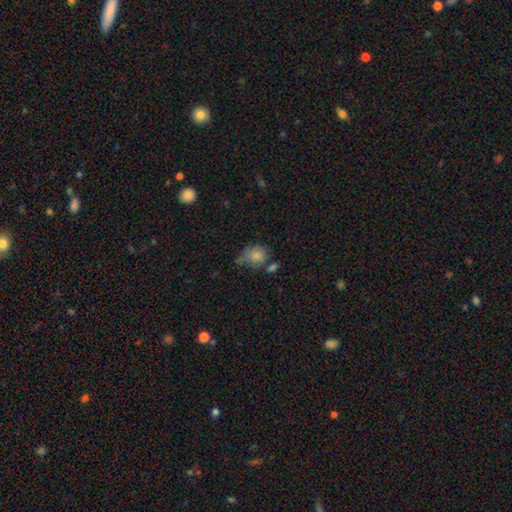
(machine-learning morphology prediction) A smooth galaxy with no disk features (77%) that is in between round and cigar-shaped (52%).

Vote fractions:
- Smooth or featured? smooth: 77% / featured or disk: 13% / star or artifact: 10%
- How rounded? in between: 52% / round: 46% / cigar-shaped: 1%
- Merging? none: 35% / minor disturbance: 31% / major disturbance: 17% / merger: 17%